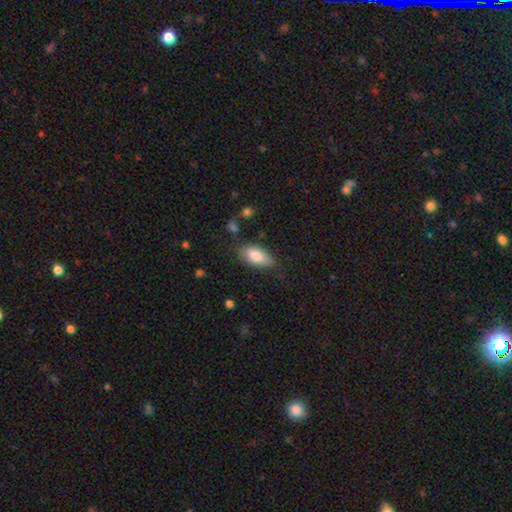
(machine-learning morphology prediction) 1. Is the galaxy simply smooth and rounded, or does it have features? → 82% smooth, 11% featured or disk, 7% star or artifact.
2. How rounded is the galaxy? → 92% in between, 4% cigar-shaped, 4% round.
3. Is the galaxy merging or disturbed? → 68% none, 24% minor disturbance, 6% major disturbance, 2% merger.